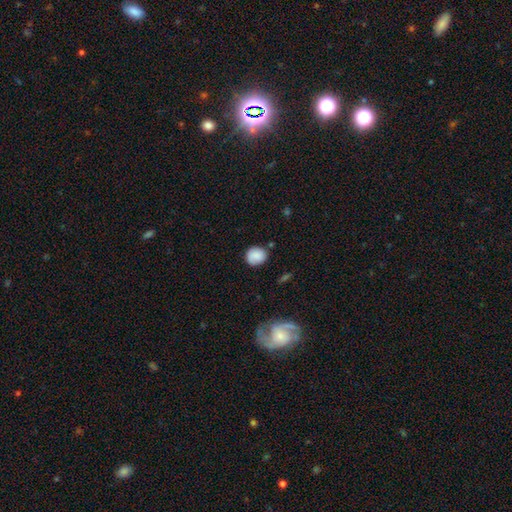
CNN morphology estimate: A smooth galaxy with no disk features (85%) that is round (79%).

Vote fractions:
- Smooth or featured? smooth: 85% / star or artifact: 8% / featured or disk: 7%
- How rounded? round: 79% / in between: 20% / cigar-shaped: 1%
- Merging? none: 77% / minor disturbance: 16% / major disturbance: 4% / merger: 3%